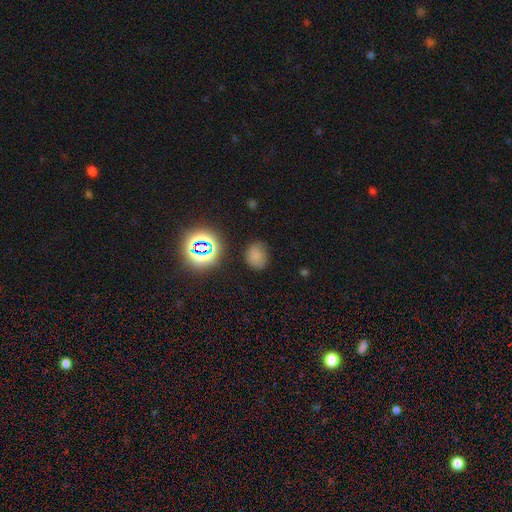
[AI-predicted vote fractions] Smooth or featured?
  - smooth: 67% *
  - star or artifact: 24%
  - featured or disk: 9%
How rounded?
  - round: 55% *
  - in between: 44%
  - cigar-shaped: 1%
Merging?
  - none: 72% *
  - minor disturbance: 20%
  - major disturbance: 6%
  - merger: 2%